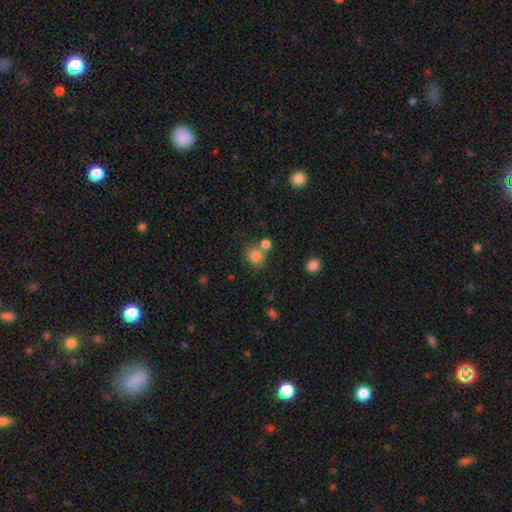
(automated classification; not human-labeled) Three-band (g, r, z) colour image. It shows a smooth galaxy with no disk features (83%) that is round (84%). Merging: none (62%).